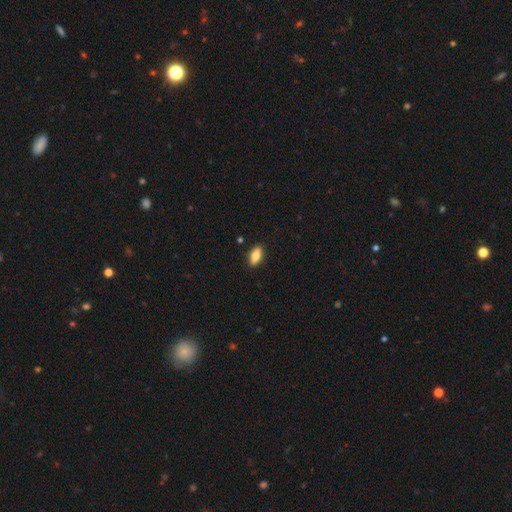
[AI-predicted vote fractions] Smooth or featured: smooth — 77% (featured or disk — 16%)
How rounded: in between — 85% (cigar-shaped — 11%)
Merging: none — 89% (minor disturbance — 9%)